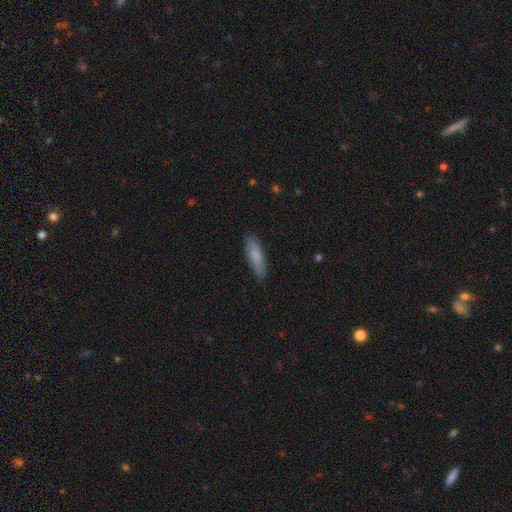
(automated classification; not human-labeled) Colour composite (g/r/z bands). It shows a smooth galaxy with no disk features (81%) that is cigar-shaped (64%). Merging: none (84%).